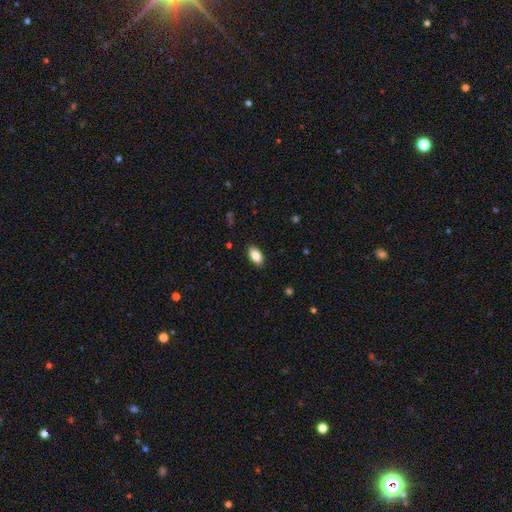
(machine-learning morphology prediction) A smooth galaxy with no disk features (87%) that is in between round and cigar-shaped (93%).

Vote fractions:
- Smooth or featured? smooth: 87% / star or artifact: 7% / featured or disk: 6%
- How rounded? in between: 93% / cigar-shaped: 4% / round: 3%
- Merging? none: 88% / minor disturbance: 9% / major disturbance: 2% / merger: 1%